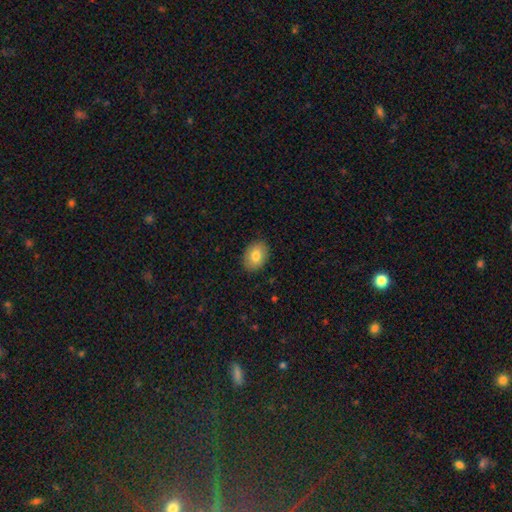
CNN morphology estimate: A smooth galaxy with no disk features (81%) that is in between round and cigar-shaped (76%).

Vote fractions:
- Smooth or featured? smooth: 81% / featured or disk: 12% / star or artifact: 8%
- How rounded? in between: 76% / round: 23% / cigar-shaped: 1%
- Merging? none: 89% / minor disturbance: 9% / major disturbance: 2% / merger: 1%